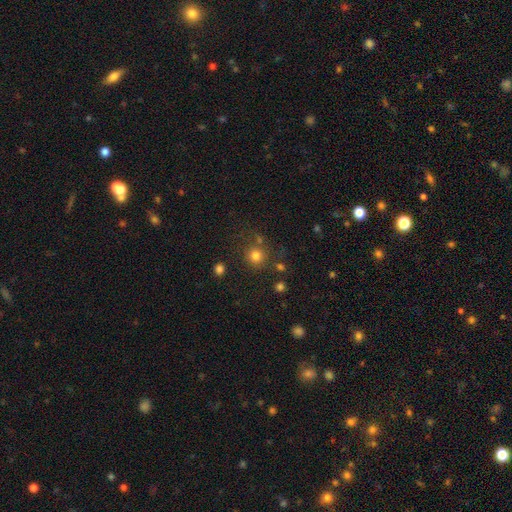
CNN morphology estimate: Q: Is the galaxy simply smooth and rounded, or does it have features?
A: smooth — 79%.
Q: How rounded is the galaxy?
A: round — 93%.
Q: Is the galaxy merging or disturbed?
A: none — 76%.